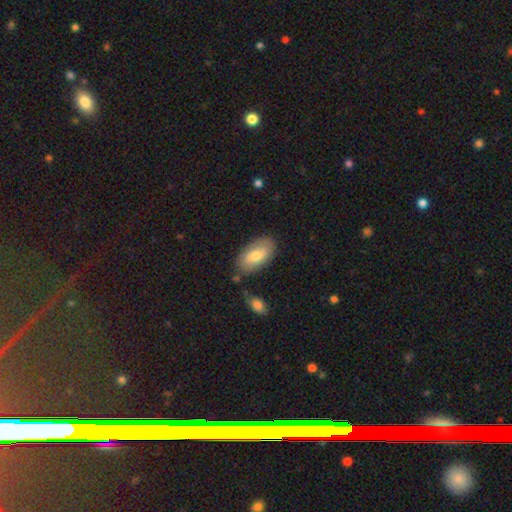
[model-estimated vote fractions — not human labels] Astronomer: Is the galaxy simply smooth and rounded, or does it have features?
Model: smooth — 71%.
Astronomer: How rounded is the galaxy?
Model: in between — 94%.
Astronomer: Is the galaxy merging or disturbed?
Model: none — 75%.